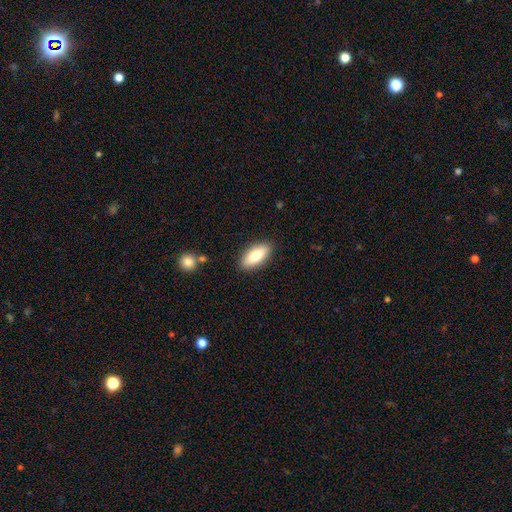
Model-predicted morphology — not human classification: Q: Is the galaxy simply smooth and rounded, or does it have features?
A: smooth — 81%.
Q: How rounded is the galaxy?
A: in between — 79%.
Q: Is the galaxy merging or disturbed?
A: none — 87%.